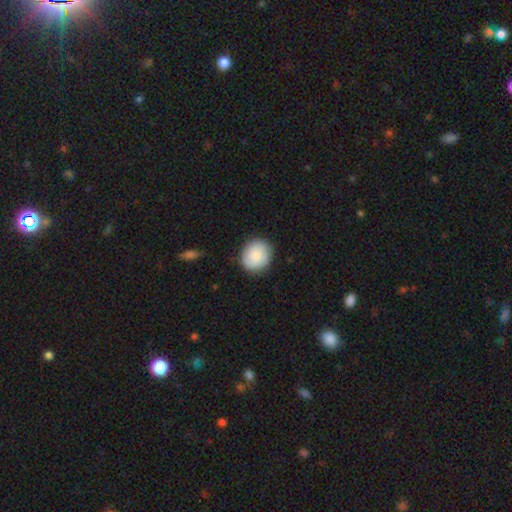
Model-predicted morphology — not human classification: type=smooth (77%); roundness=round (80%); merging=none (85%).